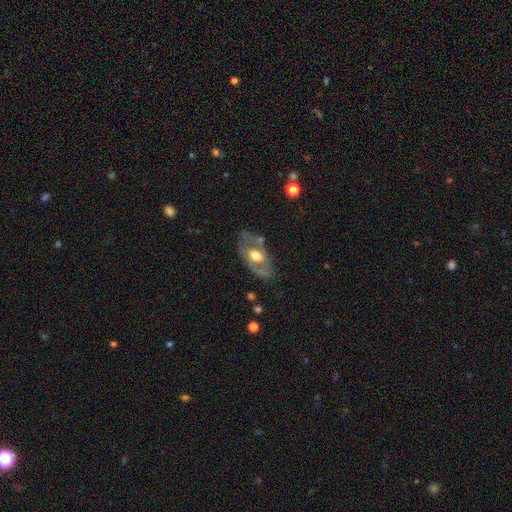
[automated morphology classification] Smooth or featured? Predicted: featured or disk (p=0.61). Edge-on disk? Predicted: no (p=0.86). Bar? Predicted: no (p=0.75). Spiral arms? Predicted: no (p=0.70). Bulge size? Predicted: moderate (p=0.59). Merging? Predicted: none (p=0.66).